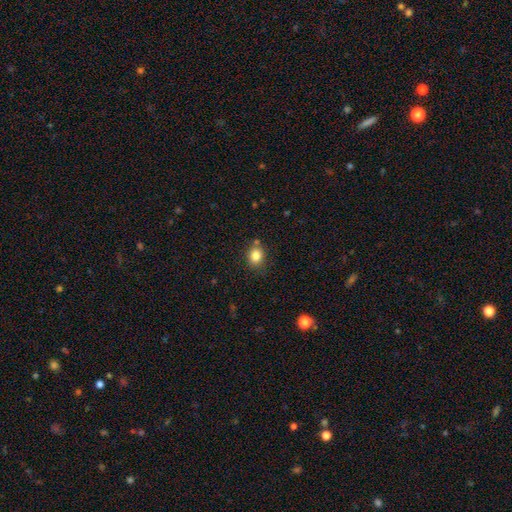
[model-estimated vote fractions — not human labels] This is clearly a smooth galaxy (83%). How rounded: likely round (62%). Merging: likely none (77%).